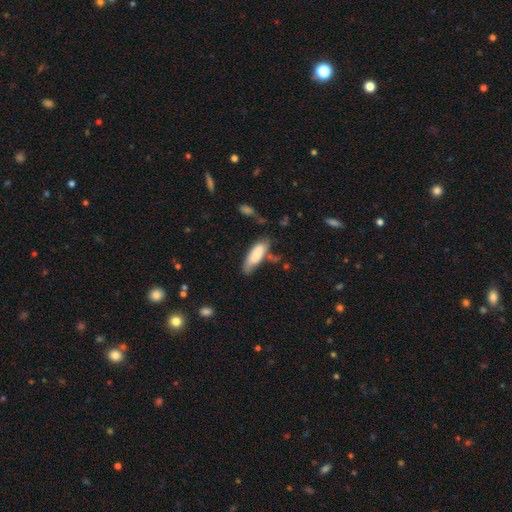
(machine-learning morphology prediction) Q: Smooth or featured?
A: smooth (79%); runner-up: featured or disk (15%)
Q: How rounded?
A: in between (62%); runner-up: cigar-shaped (37%)
Q: Merging?
A: none (47%); runner-up: minor disturbance (33%)